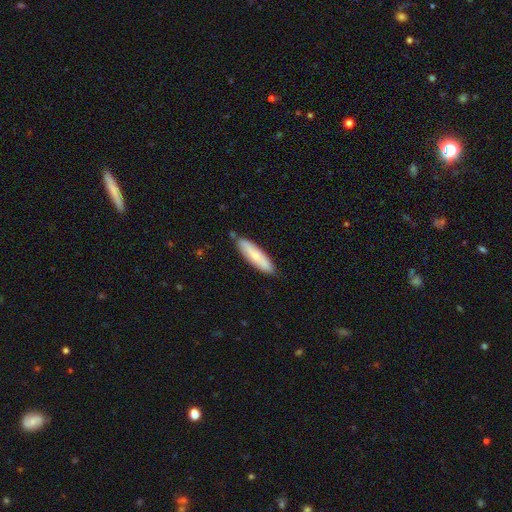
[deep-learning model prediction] smooth 73%, featured or disk 21%, star or artifact 6%. Down the decision tree: how rounded — cigar-shaped (70%); merging — none (82%).